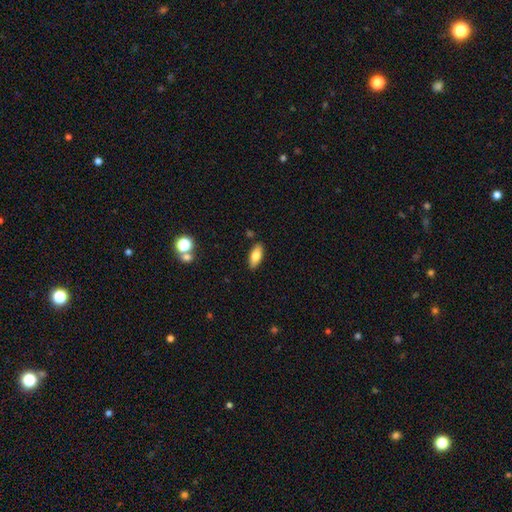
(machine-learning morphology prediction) This appears to be a smooth galaxy with no disk features (77%) that is in between round and cigar-shaped (82%). Merging: none (87%).